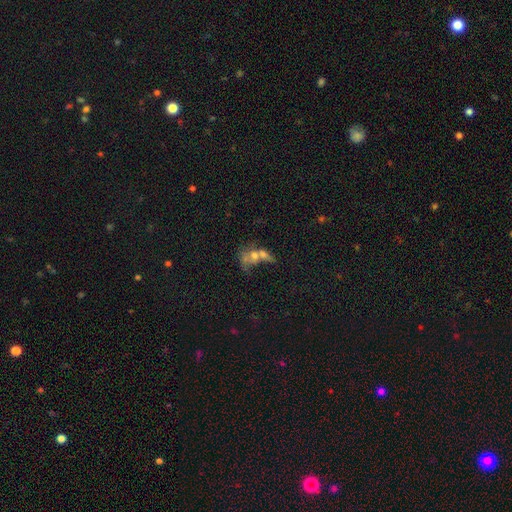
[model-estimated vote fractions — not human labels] This is possibly a smooth galaxy (49%). Merging: likely merger (61%).